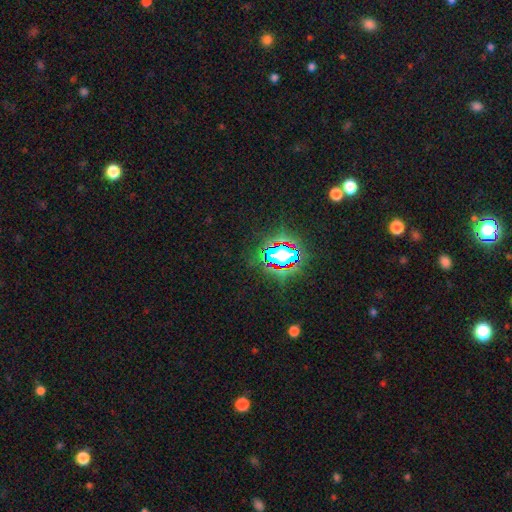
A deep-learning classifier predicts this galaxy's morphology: A star or artifact, not a galaxy (81%).